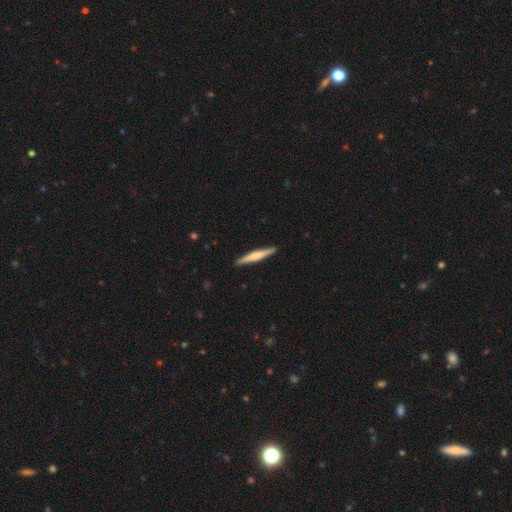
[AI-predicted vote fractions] Smooth or featured: featured or disk — 48% (smooth — 47%)
Merging: none — 91% (minor disturbance — 6%)